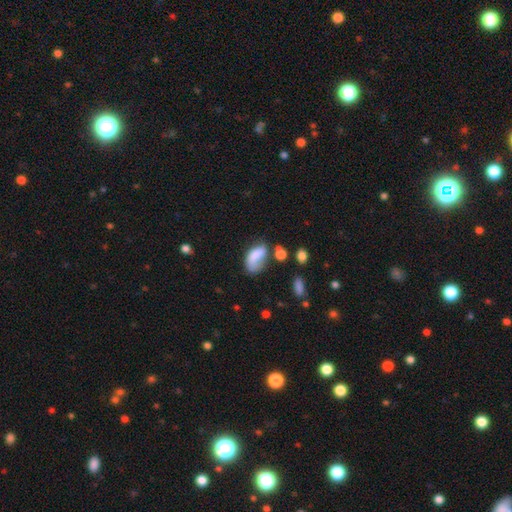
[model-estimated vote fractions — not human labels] Smooth or featured: smooth — 73% (featured or disk — 18%)
How rounded: in between — 90% (round — 6%)
Merging: none — 30% (major disturbance — 29%)